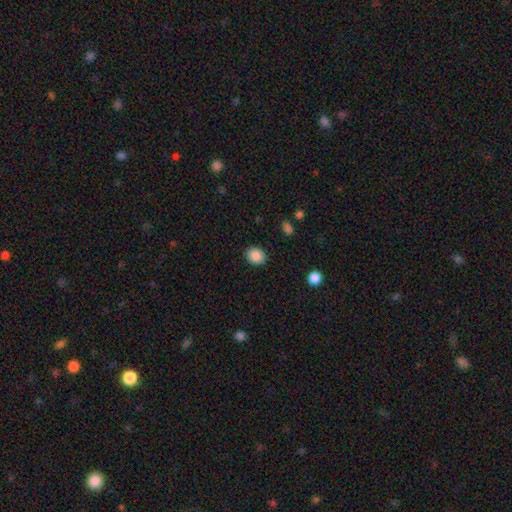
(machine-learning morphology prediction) A smooth galaxy with no disk features (88%) that is round (56%). Merging: none (89%).